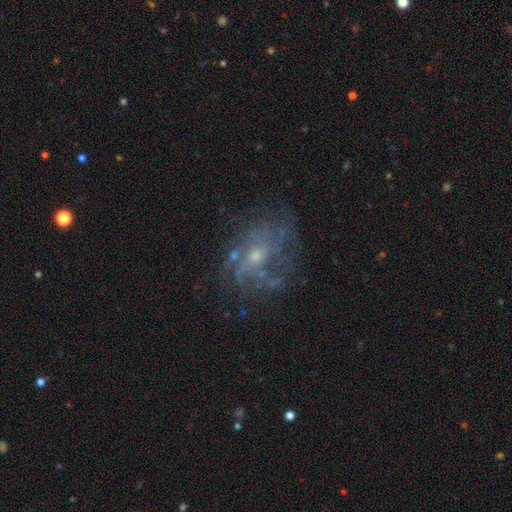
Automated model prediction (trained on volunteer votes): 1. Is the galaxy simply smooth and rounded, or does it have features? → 71% featured or disk, 15% star or artifact, 14% smooth.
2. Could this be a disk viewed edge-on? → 97% no, 3% yes.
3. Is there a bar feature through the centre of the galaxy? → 76% no, 20% weak, 3% strong.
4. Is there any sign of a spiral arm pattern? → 71% yes, 29% no.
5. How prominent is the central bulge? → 52% small, 40% moderate, 4% none, 2% large, 1% dominant.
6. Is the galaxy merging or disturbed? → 66% none, 17% minor disturbance, 15% major disturbance, 2% merger.